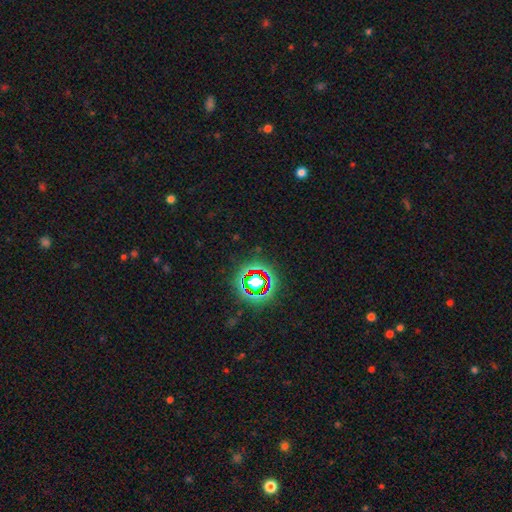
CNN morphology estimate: Smooth or featured: star or artifact — 77% (smooth — 15%)